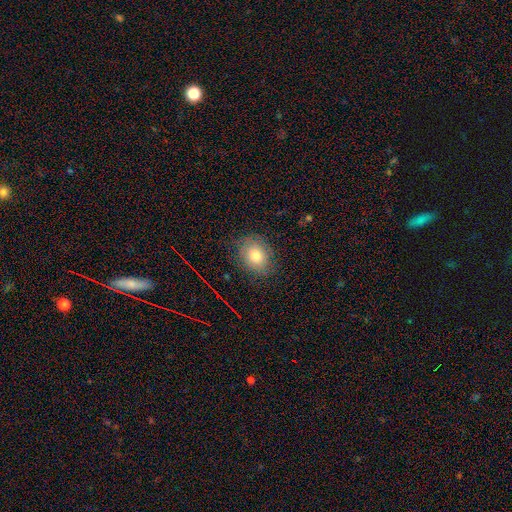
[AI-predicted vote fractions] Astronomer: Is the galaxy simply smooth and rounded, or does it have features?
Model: smooth — 74%.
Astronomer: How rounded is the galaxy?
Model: round — 52% (runner-up: in between, 47%).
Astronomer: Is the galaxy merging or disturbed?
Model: none — 79%.